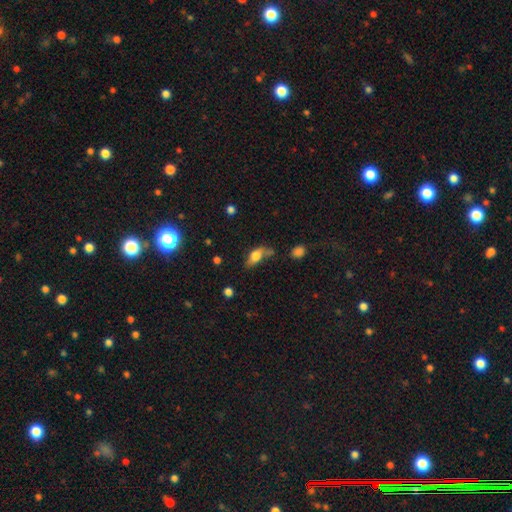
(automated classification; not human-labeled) A smooth galaxy with no disk features (68%) that is in between round and cigar-shaped (80%).

Vote fractions:
- Smooth or featured? smooth: 68% / featured or disk: 22% / star or artifact: 10%
- How rounded? in between: 80% / cigar-shaped: 11% / round: 9%
- Merging? none: 38% / minor disturbance: 29% / major disturbance: 19% / merger: 14%